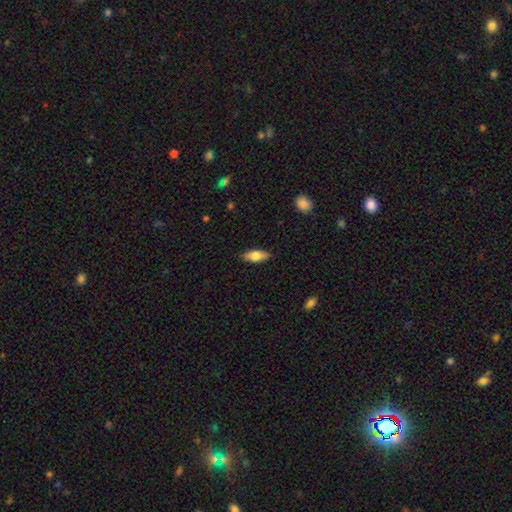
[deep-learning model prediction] The model was most divided on "smooth or featured": smooth: 73%, featured or disk: 20%, star or artifact: 6%. More confident: merging — none (87%); how rounded — in between (76%).